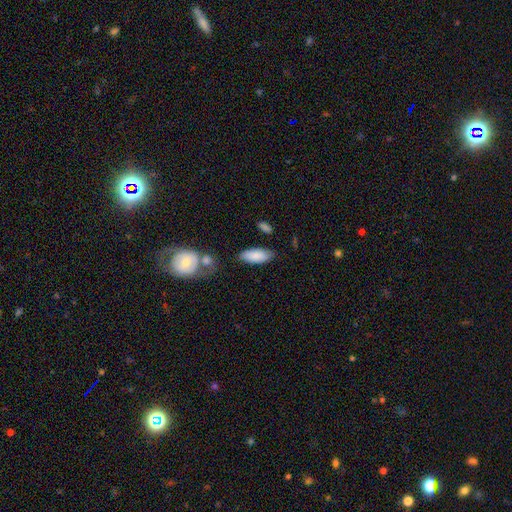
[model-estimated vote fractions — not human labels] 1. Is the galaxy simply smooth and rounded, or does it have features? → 84% smooth, 10% featured or disk, 6% star or artifact.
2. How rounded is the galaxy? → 84% in between, 14% cigar-shaped, 2% round.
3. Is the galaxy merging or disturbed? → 72% none, 17% minor disturbance, 6% merger, 5% major disturbance.